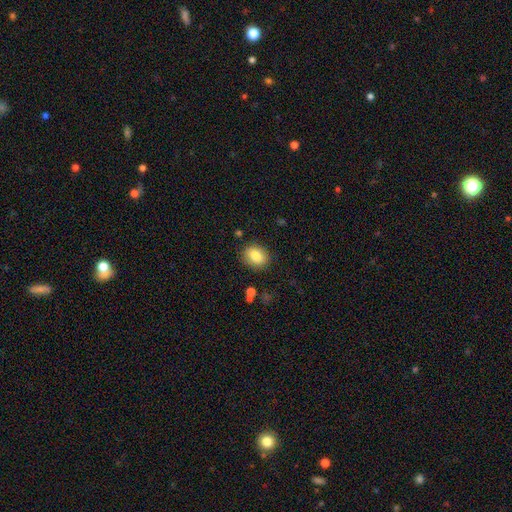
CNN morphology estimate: type=smooth (84%); roundness=in between (58%); merging=none (86%).